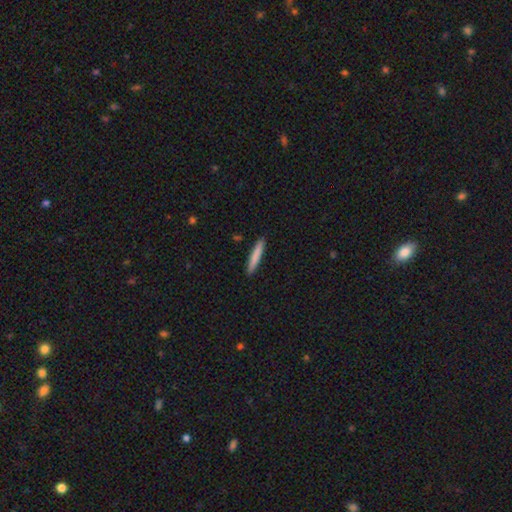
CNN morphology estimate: Smooth or featured?
  - smooth: 81% *
  - featured or disk: 14%
  - star or artifact: 6%
How rounded?
  - cigar-shaped: 94% *
  - in between: 5%
  - round: 1%
Merging?
  - none: 91% *
  - minor disturbance: 6%
  - major disturbance: 1%
  - merger: 1%